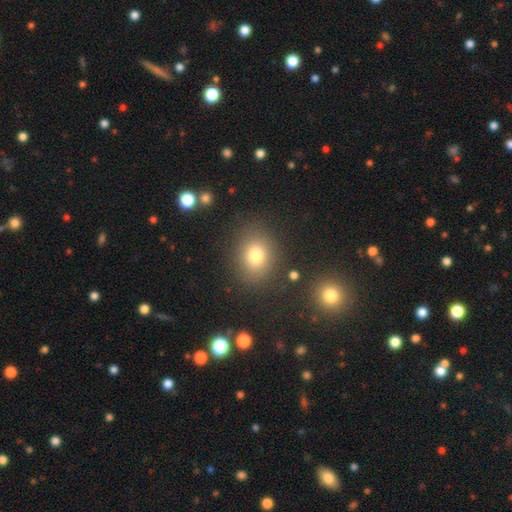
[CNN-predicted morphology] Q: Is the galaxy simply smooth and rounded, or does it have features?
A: smooth — 77%.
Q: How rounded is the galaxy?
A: round — 57%.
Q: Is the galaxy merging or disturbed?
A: none — 83%.